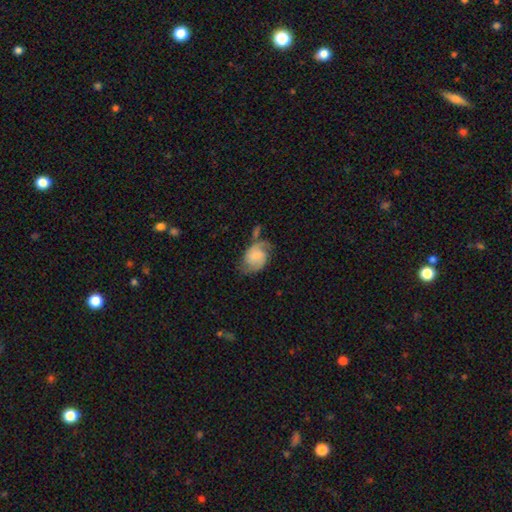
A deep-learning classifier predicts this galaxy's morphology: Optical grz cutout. It shows a featured or disk galaxy (71%) with no bar (53%), 2 (84%) medium (49%) spiral arms (95%) and a small central bulge (38%). Merging: none (54%).